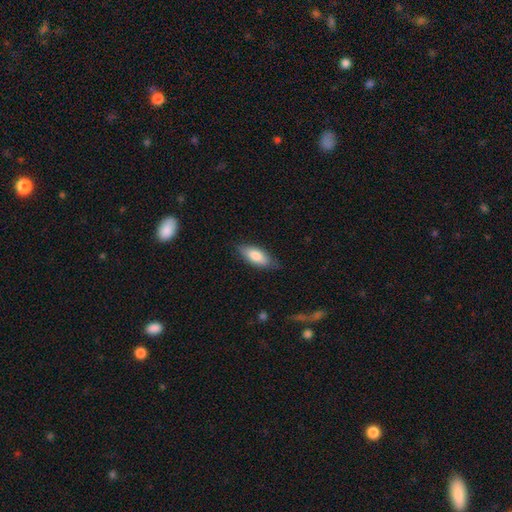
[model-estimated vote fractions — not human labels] This is clearly a smooth galaxy (80%). How rounded: likely in between (76%). Merging: likely none (80%).